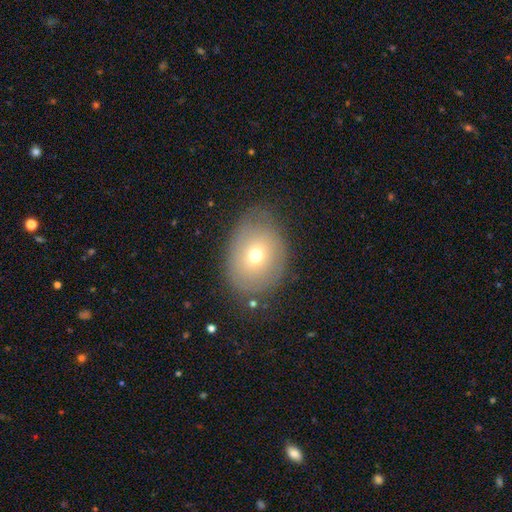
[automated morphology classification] Smooth or featured? Predicted: smooth (p=0.62). How rounded? Predicted: in between (p=0.65). Merging? Predicted: none (p=0.74).